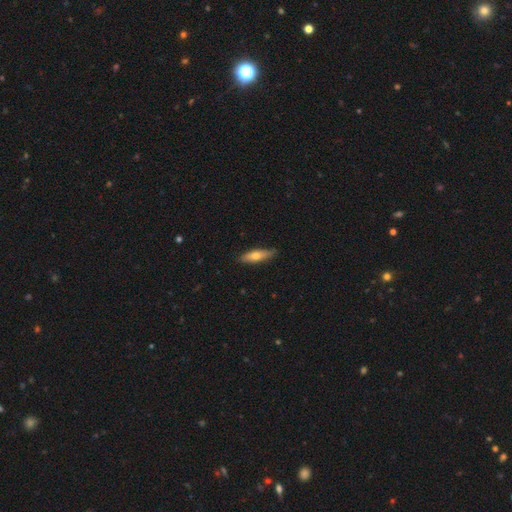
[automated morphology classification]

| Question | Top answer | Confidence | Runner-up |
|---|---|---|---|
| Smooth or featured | smooth | 64% | featured or disk (31%) |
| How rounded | cigar-shaped | 63% | in between (35%) |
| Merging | none | 84% | minor disturbance (13%) |